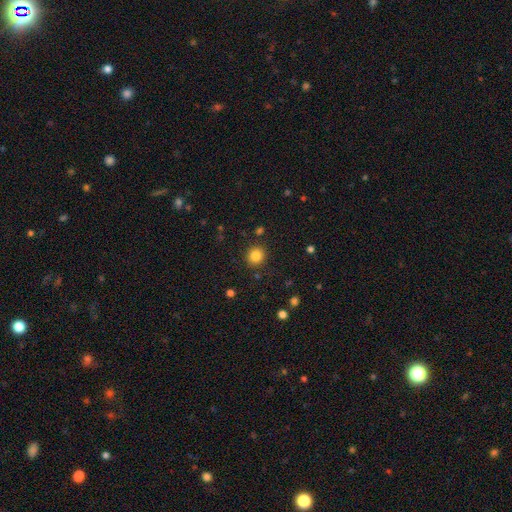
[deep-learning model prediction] smooth_or_featured: smooth (p=0.84) [alt: star or artifact p=0.11]
how_rounded: round (p=0.88) [alt: in between p=0.11]
merging: none (p=0.89) [alt: minor disturbance p=0.07]